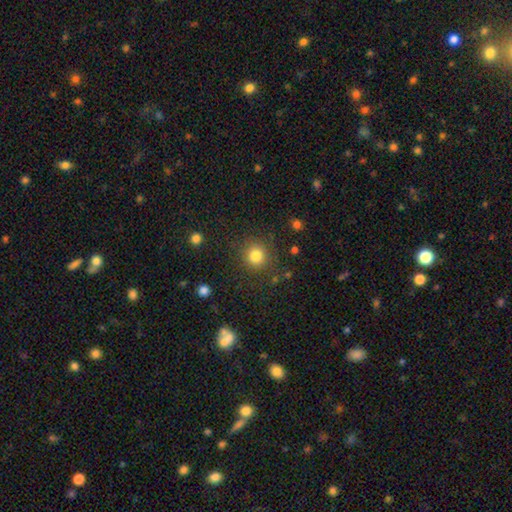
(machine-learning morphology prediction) A smooth galaxy with no disk features (82%) that is round (90%).

Vote fractions:
- Smooth or featured? smooth: 82% / star or artifact: 12% / featured or disk: 6%
- How rounded? round: 90% / in between: 9% / cigar-shaped: 1%
- Merging? none: 86% / minor disturbance: 8% / major disturbance: 4% / merger: 2%